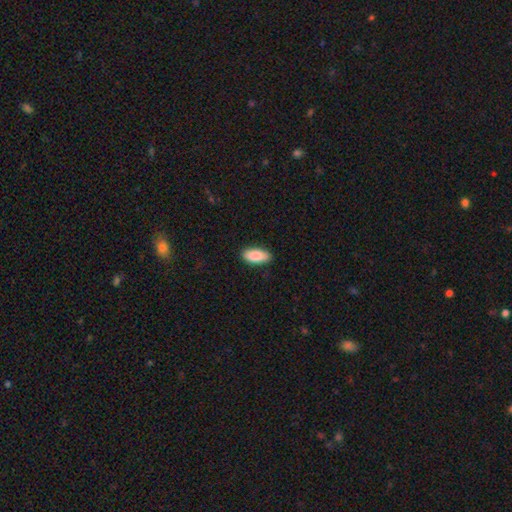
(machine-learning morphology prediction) Smooth or featured? Predicted: smooth (p=0.88). How rounded? Predicted: in between (p=0.91). Merging? Predicted: none (p=0.87).